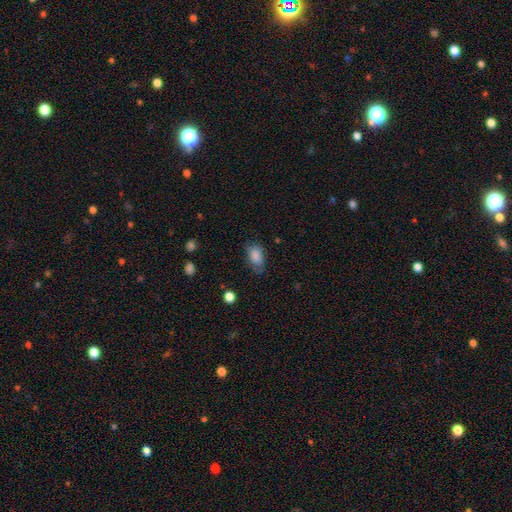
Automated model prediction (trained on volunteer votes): smooth_or_featured: smooth (p=0.83) [alt: featured or disk p=0.09]
how_rounded: in between (p=0.90) [alt: round p=0.08]
merging: none (p=0.61) [alt: minor disturbance p=0.28]